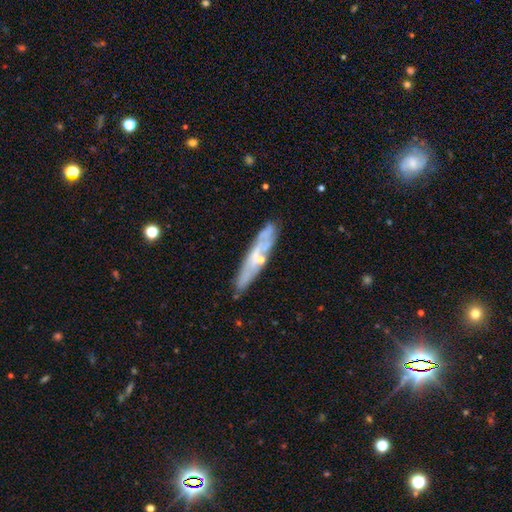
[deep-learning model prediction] Smooth or featured? Predicted: featured or disk (p=0.59). Edge-on disk? Predicted: yes (p=0.64). Merging? Predicted: none (p=0.79).